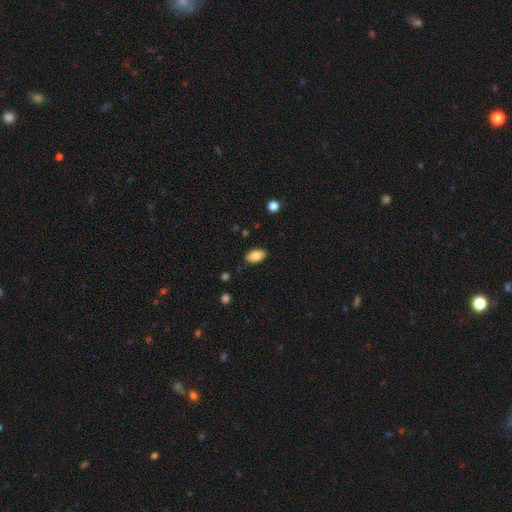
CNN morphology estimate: type=smooth (85%); roundness=in between (93%); merging=none (86%).